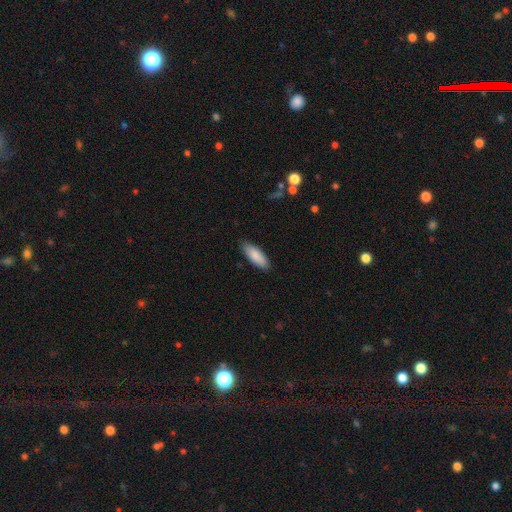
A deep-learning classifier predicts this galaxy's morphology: smooth 86%, featured or disk 8%, star or artifact 6%. Down the decision tree: how rounded — in between (65%); merging — none (87%).